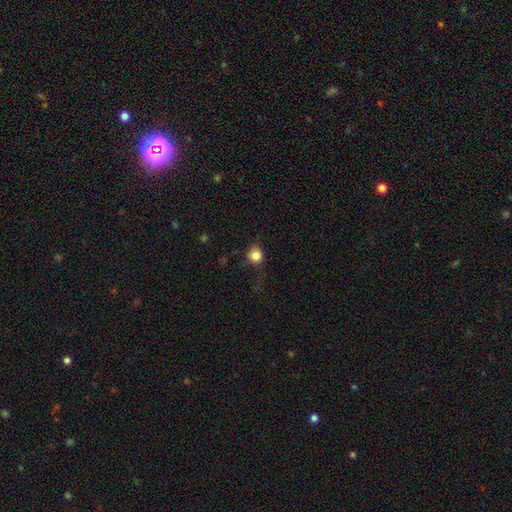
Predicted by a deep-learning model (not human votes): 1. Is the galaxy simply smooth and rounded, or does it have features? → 82% smooth, 11% star or artifact, 7% featured or disk.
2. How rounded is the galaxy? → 84% round, 15% in between, 1% cigar-shaped.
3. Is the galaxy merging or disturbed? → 69% none, 21% minor disturbance, 9% major disturbance, 2% merger.